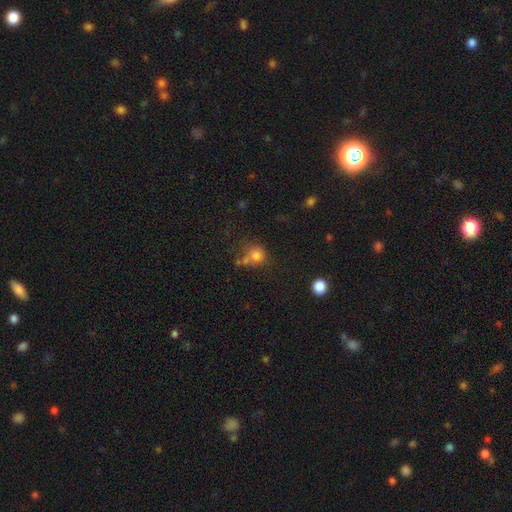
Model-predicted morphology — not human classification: smooth-or-featured: smooth: 75% | star or artifact: 14% | featured or disk: 10%
  how-rounded: round: 79% | in between: 20% | cigar-shaped: 1%
  merging: none: 47% | merger: 24% | minor disturbance: 18% | major disturbance: 11%